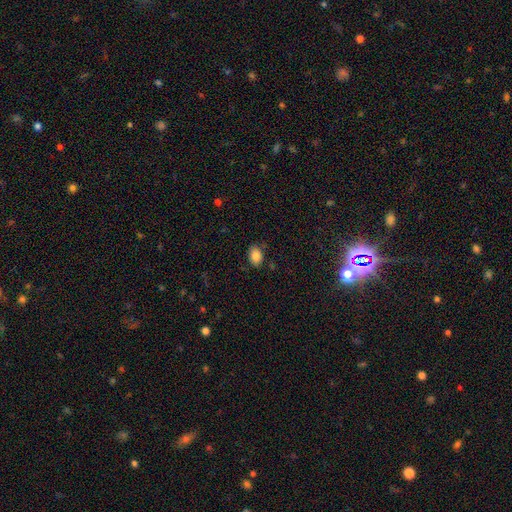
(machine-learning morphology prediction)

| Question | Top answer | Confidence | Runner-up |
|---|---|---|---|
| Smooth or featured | smooth | 85% | star or artifact (9%) |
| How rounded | in between | 82% | round (17%) |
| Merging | none | 79% | minor disturbance (16%) |